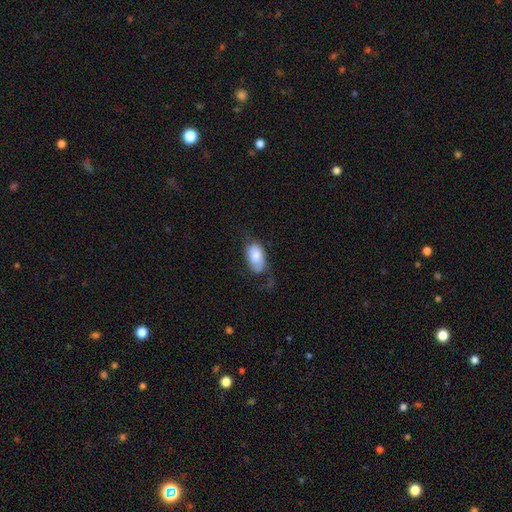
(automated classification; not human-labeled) smooth_or_featured: smooth (p=0.75) [alt: featured or disk p=0.19]
how_rounded: in between (p=0.94) [alt: round p=0.04]
merging: none (p=0.41) [alt: minor disturbance p=0.29]